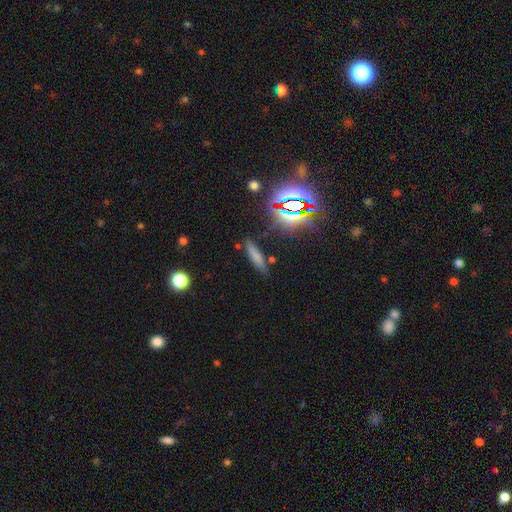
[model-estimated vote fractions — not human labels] Overall: smooth (67%). How rounded: cigar-shaped (75%). Merging: none (82%).